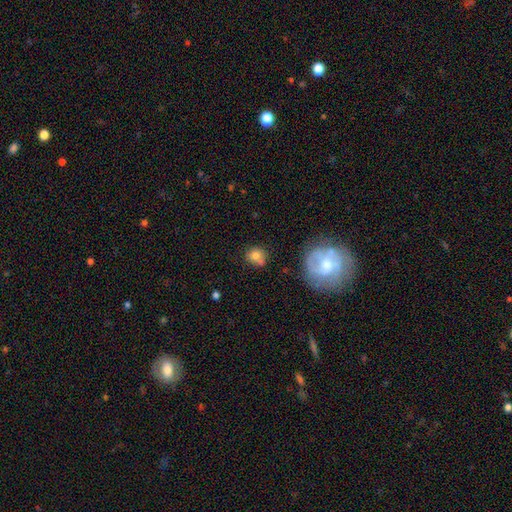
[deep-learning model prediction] Overall: smooth (75%). How rounded: round (78%). Merging: none (57%; minor disturbance 18%).